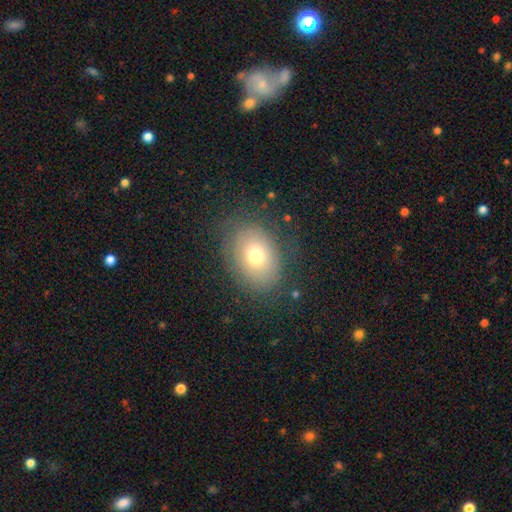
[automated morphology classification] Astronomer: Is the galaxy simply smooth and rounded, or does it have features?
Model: smooth — 71%.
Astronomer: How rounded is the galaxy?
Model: in between — 69%.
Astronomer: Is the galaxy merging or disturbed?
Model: none — 80%.